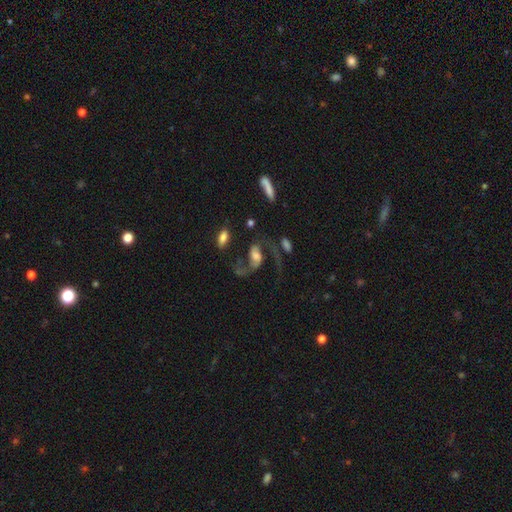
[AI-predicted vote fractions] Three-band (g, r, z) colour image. It shows a featured or disk galaxy (75%) with no bar (41%), 2 (88%) loose (68%) spiral arms (91%) and a moderate central bulge (39%). Merging: none (48%).